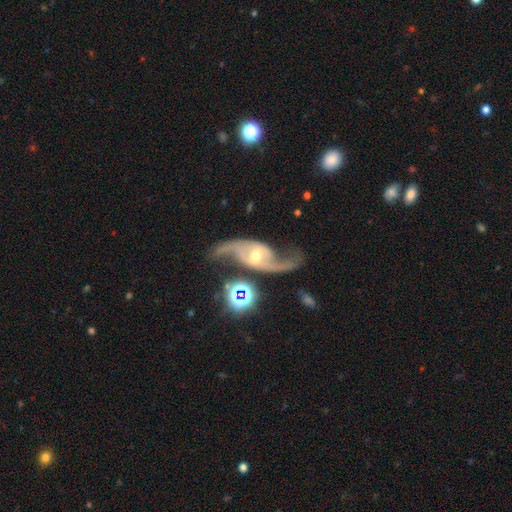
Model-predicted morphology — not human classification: type=featured or disk (91%); edge-on=no (96%); bar=weak (39%); spiral arms=yes (98%); winding=loose (60%); arm count=2 (93%); bulge=moderate (51%); merging=none (70%).